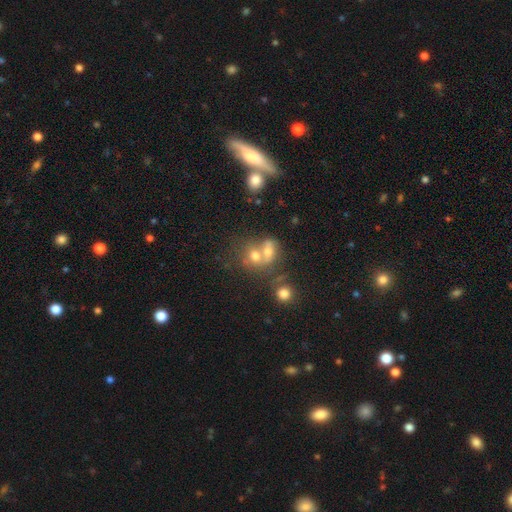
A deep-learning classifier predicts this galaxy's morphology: A smooth galaxy with no disk features (54%) that is round (60%).

Vote fractions:
- Smooth or featured? smooth: 54% / featured or disk: 25% / star or artifact: 21%
- How rounded? round: 60% / in between: 37% / cigar-shaped: 3%
- Merging? merger: 57% / none: 29% / minor disturbance: 8% / major disturbance: 6%